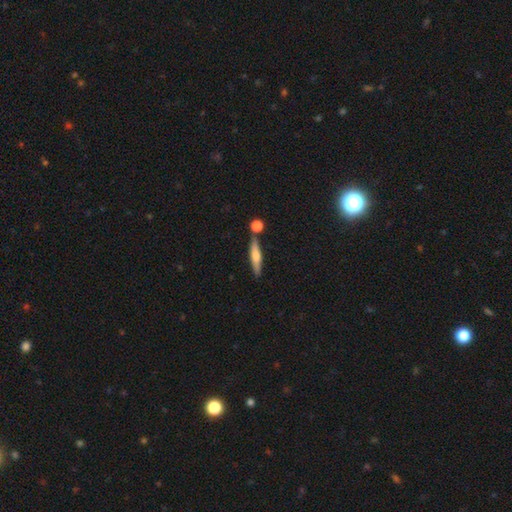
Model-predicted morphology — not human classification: Smooth or featured? Predicted: smooth (p=0.49). Merging? Predicted: none (p=0.75).